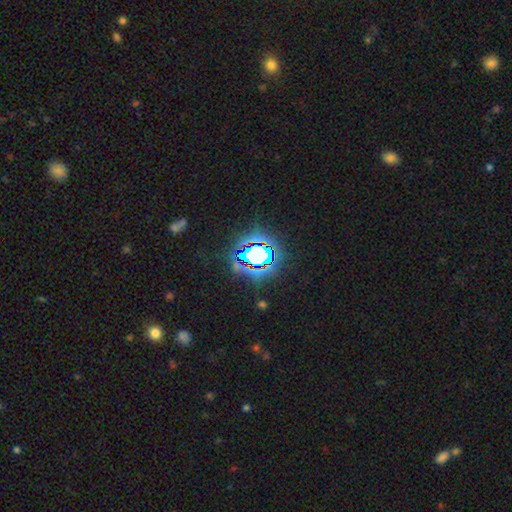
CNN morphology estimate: Smooth or featured?
  - star or artifact: 70% *
  - smooth: 17%
  - featured or disk: 13%